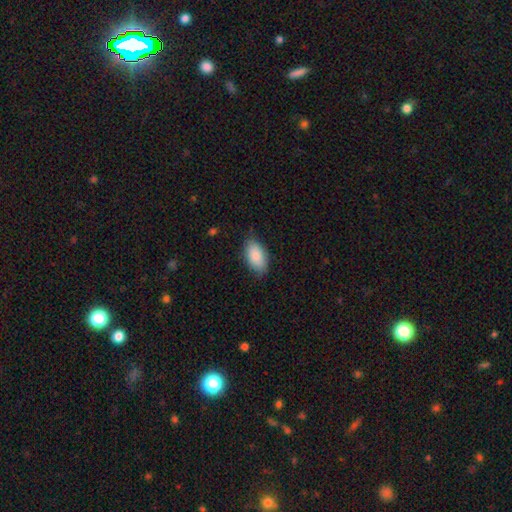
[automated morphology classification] smooth_or_featured: smooth (p=0.88) [alt: featured or disk p=0.06]
how_rounded: in between (p=0.94) [alt: round p=0.03]
merging: none (p=0.78) [alt: minor disturbance p=0.18]